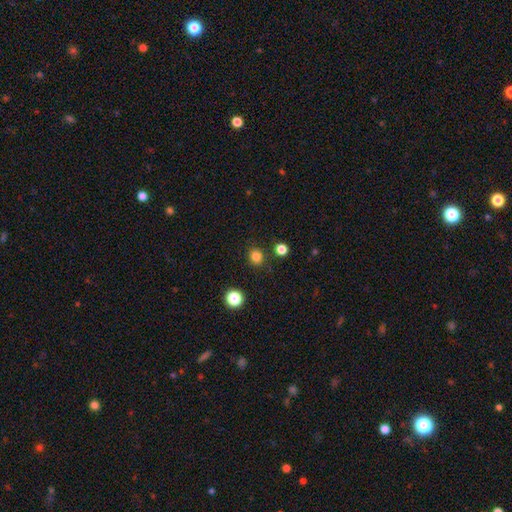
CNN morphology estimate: This appears to be a smooth galaxy with no disk features (82%) that is round (80%). Merging: none (86%).